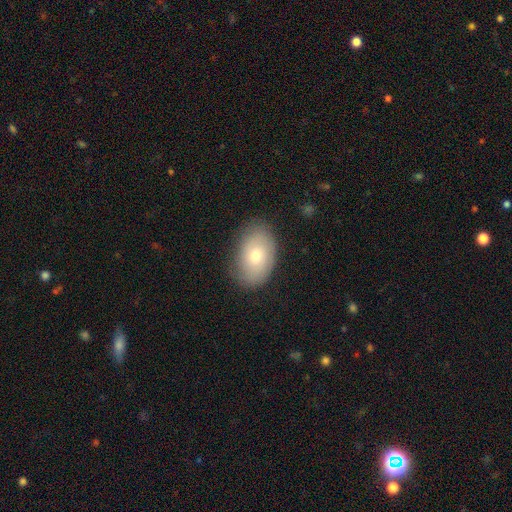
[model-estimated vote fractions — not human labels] A smooth galaxy with no disk features (68%) that is in between round and cigar-shaped (89%).

Vote fractions:
- Smooth or featured? smooth: 68% / featured or disk: 24% / star or artifact: 7%
- How rounded? in between: 89% / round: 10% / cigar-shaped: 1%
- Merging? none: 81% / minor disturbance: 15% / major disturbance: 3% / merger: 1%